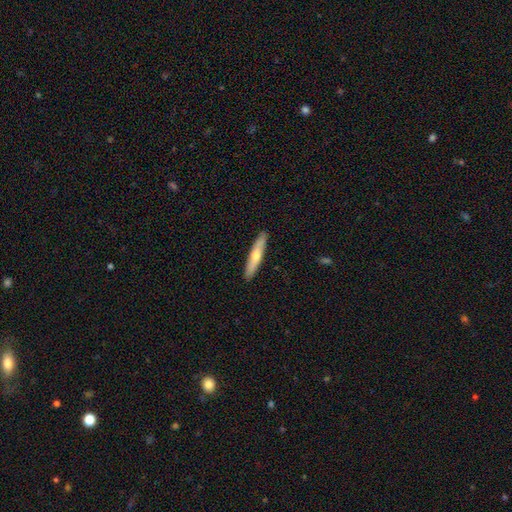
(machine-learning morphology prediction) Smooth or featured? Predicted: smooth (p=0.53). How rounded? Predicted: cigar-shaped (p=0.89). Merging? Predicted: none (p=0.91).